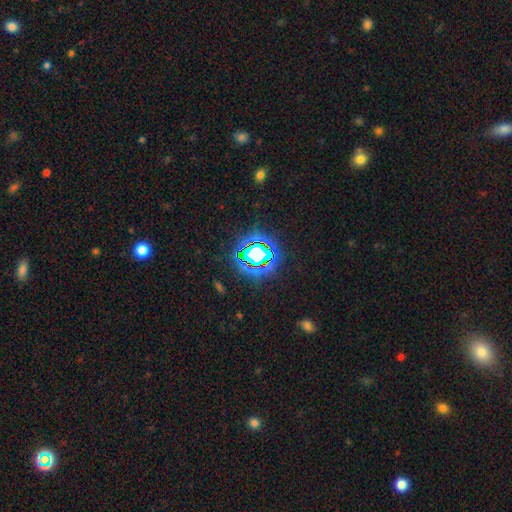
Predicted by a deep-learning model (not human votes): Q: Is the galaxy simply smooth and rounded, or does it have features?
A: star or artifact — 69%.